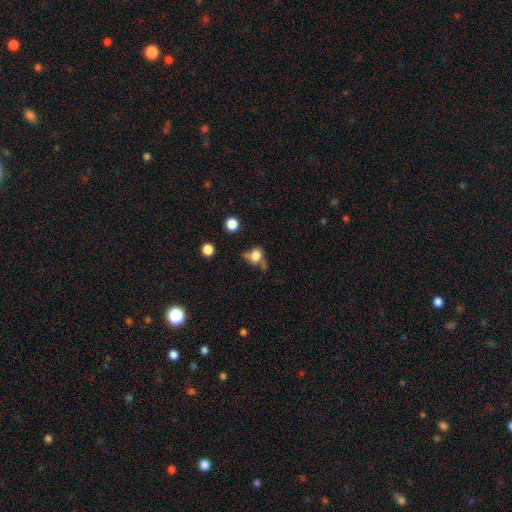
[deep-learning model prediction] Q: Smooth or featured?
A: smooth (67%); runner-up: featured or disk (19%)
Q: How rounded?
A: round (63%); runner-up: in between (34%)
Q: Merging?
A: none (42%); runner-up: minor disturbance (26%)